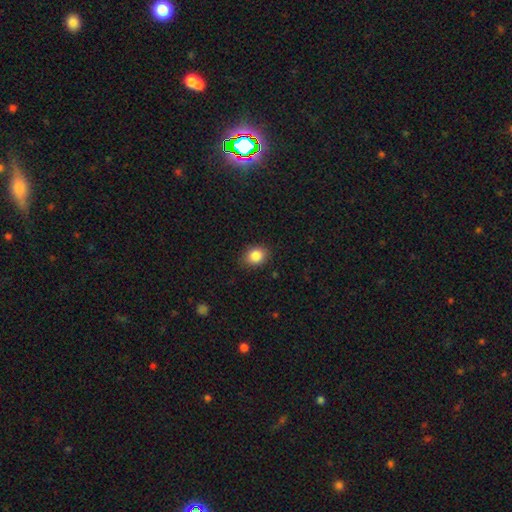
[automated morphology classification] A smooth galaxy with no disk features (86%) that is in between round and cigar-shaped (50%).

Vote fractions:
- Smooth or featured? smooth: 86% / star or artifact: 9% / featured or disk: 5%
- How rounded? in between: 50% / round: 49% / cigar-shaped: 1%
- Merging? none: 86% / minor disturbance: 11% / major disturbance: 3% / merger: 1%